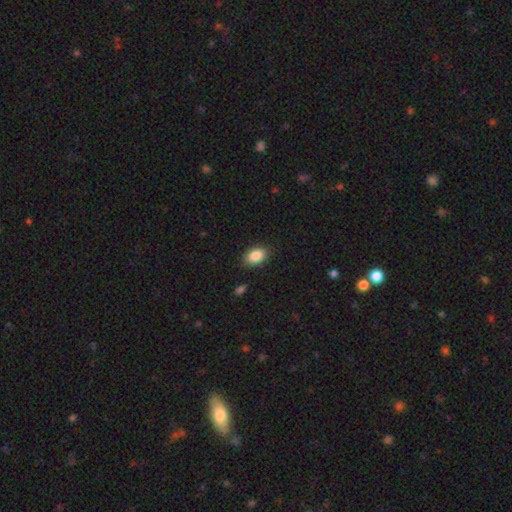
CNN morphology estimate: Smooth or featured: smooth — 88% (star or artifact — 7%)
How rounded: in between — 91% (round — 8%)
Merging: none — 86% (minor disturbance — 10%)